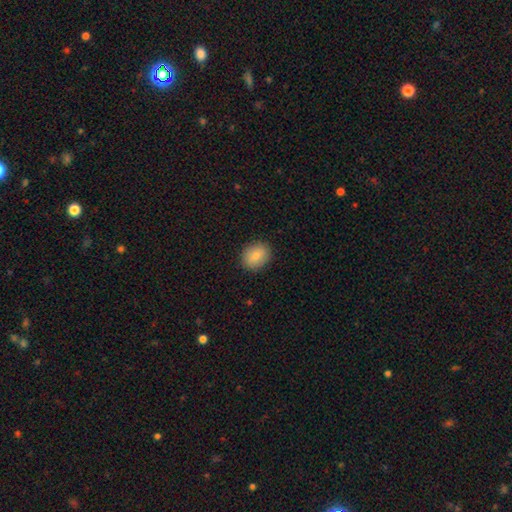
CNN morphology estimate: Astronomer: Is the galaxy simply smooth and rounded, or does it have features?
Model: smooth — 83%.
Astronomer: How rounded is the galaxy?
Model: round — 55% (runner-up: in between, 44%).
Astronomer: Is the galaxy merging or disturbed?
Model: none — 89%.